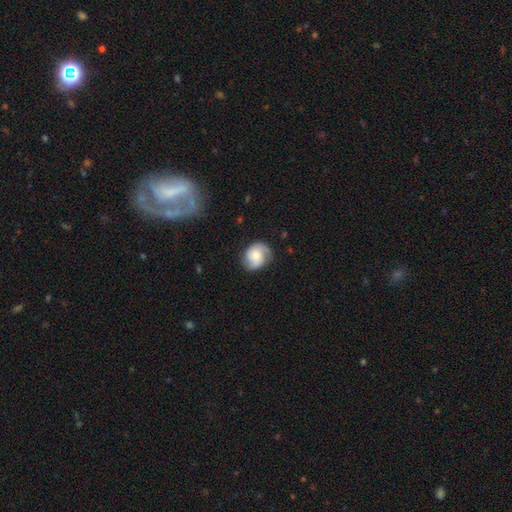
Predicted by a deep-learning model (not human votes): The model was most divided on "spiral winding": medium: 42%, tight: 39%, loose: 19%. Remaining: edge-on disk — no (98%); spiral arms — yes (91%); merging — none (71%); bar — no (70%); spiral arm count — 2 (68%); smooth or featured — featured or disk (57%); bulge size — moderate (48%).